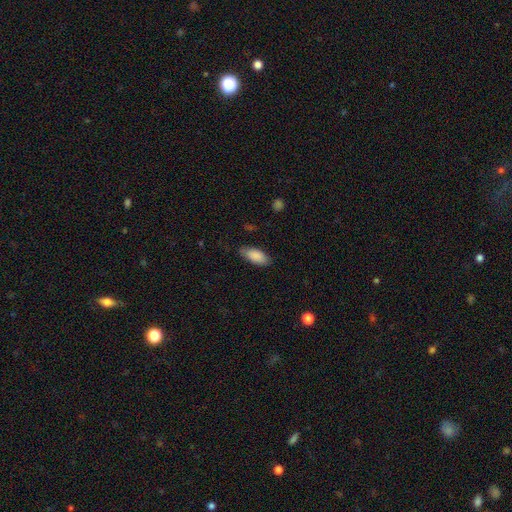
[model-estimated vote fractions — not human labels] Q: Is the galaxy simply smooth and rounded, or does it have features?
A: smooth — 88%.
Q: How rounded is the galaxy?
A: in between — 87%.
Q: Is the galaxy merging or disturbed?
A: none — 79%.